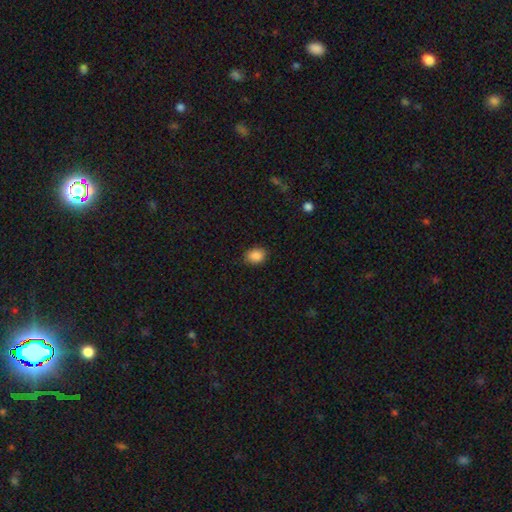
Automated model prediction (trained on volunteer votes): Smooth or featured: smooth — 87% (star or artifact — 9%)
How rounded: in between — 60% (round — 39%)
Merging: none — 87% (minor disturbance — 10%)